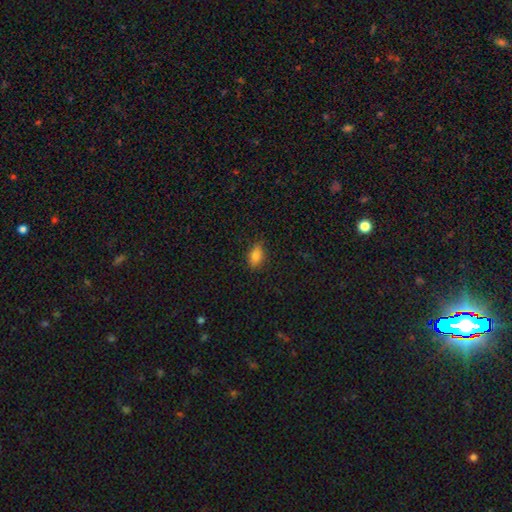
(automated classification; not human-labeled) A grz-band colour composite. It shows a smooth galaxy with no disk features (84%) that is in between round and cigar-shaped (88%). Merging: none (82%).